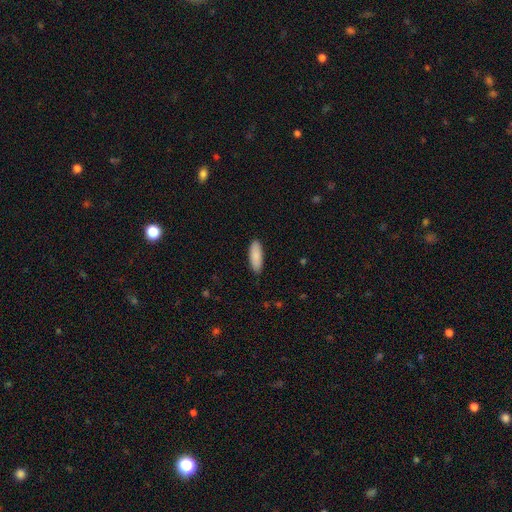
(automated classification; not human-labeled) Smooth or featured?
  - smooth: 88% *
  - featured or disk: 6%
  - star or artifact: 6%
How rounded?
  - in between: 66% *
  - cigar-shaped: 32%
  - round: 2%
Merging?
  - none: 88% *
  - minor disturbance: 9%
  - major disturbance: 2%
  - merger: 1%